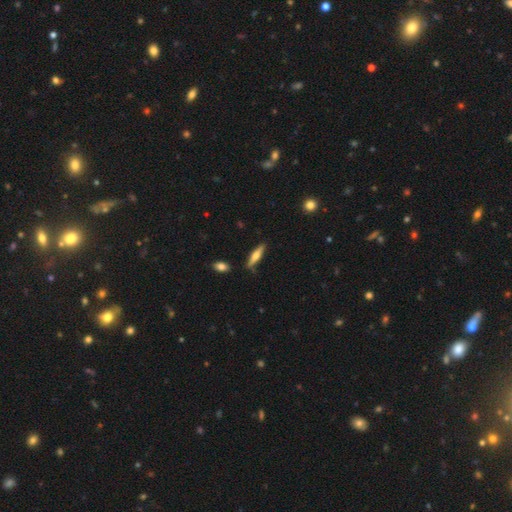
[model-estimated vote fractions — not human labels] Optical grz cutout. It shows a smooth galaxy with no disk features (52%) that is cigar-shaped (77%). Merging: none (81%).